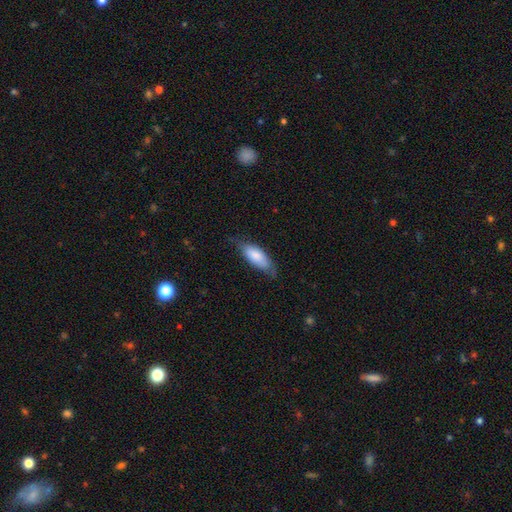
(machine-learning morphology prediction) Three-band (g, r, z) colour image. It shows a smooth galaxy with no disk features (78%) that is in between round and cigar-shaped (75%). Merging: none (61%).